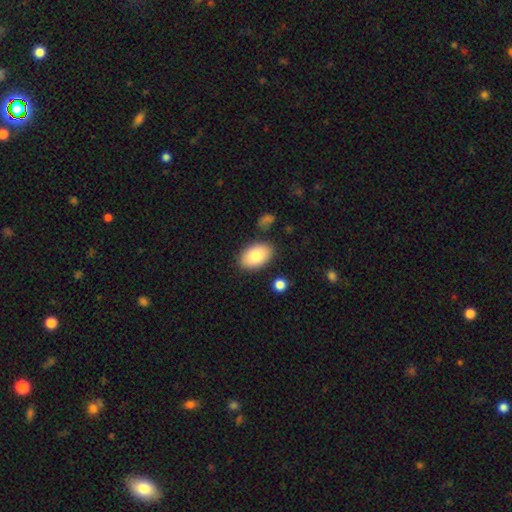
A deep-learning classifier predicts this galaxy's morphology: Smooth or featured? Predicted: smooth (p=0.81). How rounded? Predicted: in between (p=0.91). Merging? Predicted: none (p=0.84).